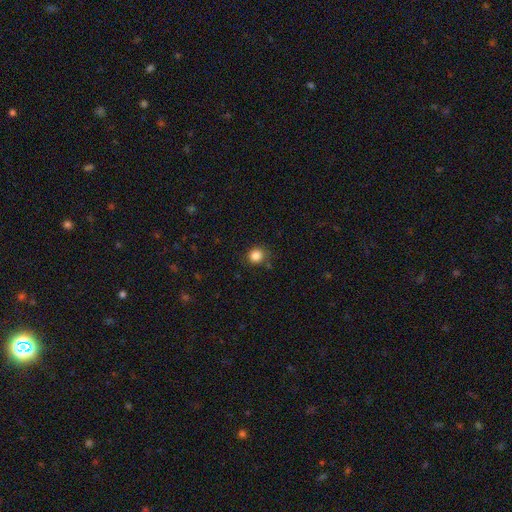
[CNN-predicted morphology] smooth-or-featured: smooth: 85% | star or artifact: 11% | featured or disk: 4%
  how-rounded: round: 87% | in between: 12% | cigar-shaped: 1%
  merging: none: 84% | minor disturbance: 11% | major disturbance: 3% | merger: 2%